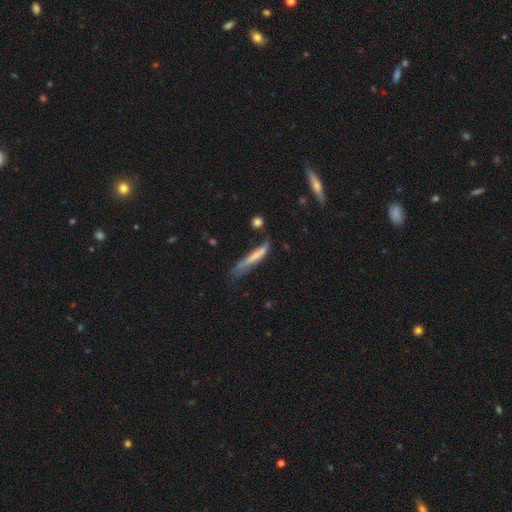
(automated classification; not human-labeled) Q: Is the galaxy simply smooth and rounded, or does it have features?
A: smooth — 62%.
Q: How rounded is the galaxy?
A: cigar-shaped — 91%.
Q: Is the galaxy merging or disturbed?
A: none — 43%.